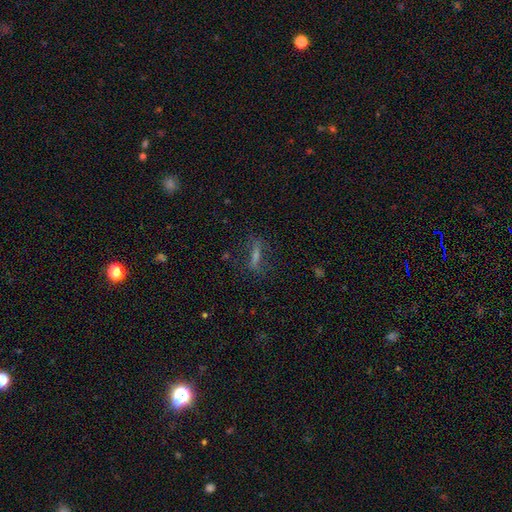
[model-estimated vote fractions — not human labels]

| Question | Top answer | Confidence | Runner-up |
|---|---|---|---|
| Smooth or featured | smooth | 37% | featured or disk (36%) |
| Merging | none | 75% | minor disturbance (14%) |